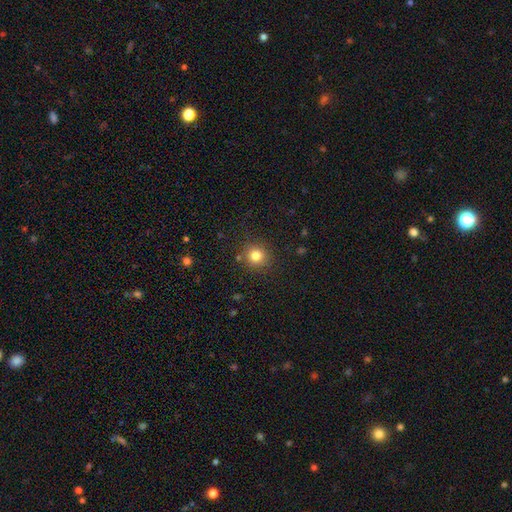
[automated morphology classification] smooth_or_featured: smooth (p=0.81) [alt: star or artifact p=0.13]
how_rounded: round (p=0.92) [alt: in between p=0.07]
merging: none (p=0.87) [alt: minor disturbance p=0.08]